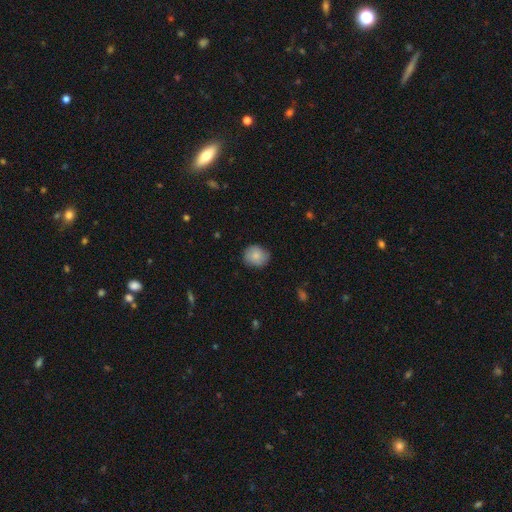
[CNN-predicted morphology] Smooth or featured? smooth (82%)
How rounded? round (71%)
Merging? none (78%)